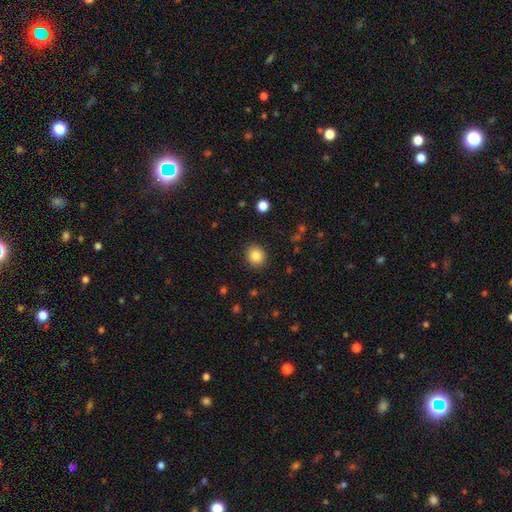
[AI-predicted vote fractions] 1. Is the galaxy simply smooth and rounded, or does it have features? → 84% smooth, 10% star or artifact, 6% featured or disk.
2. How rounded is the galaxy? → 78% round, 22% in between, 1% cigar-shaped.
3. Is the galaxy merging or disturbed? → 90% none, 7% minor disturbance, 2% major disturbance, 1% merger.